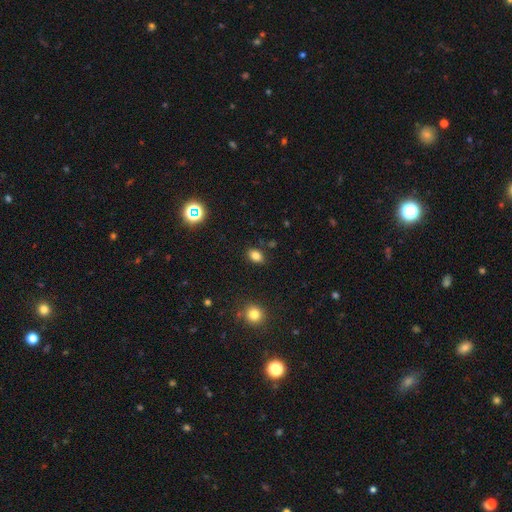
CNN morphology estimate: Q: Smooth or featured?
A: smooth (81%); runner-up: star or artifact (13%)
Q: How rounded?
A: in between (80%); runner-up: round (19%)
Q: Merging?
A: none (86%); runner-up: minor disturbance (9%)